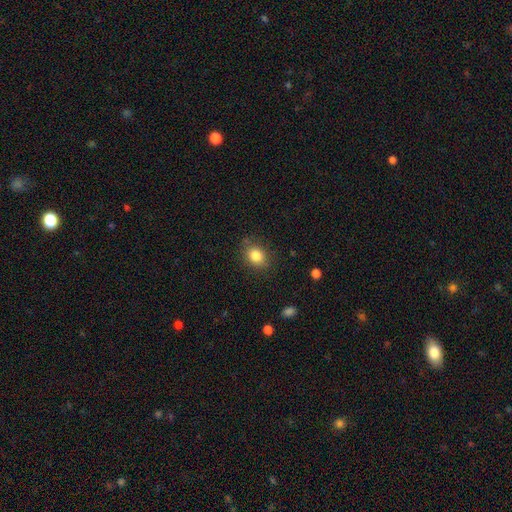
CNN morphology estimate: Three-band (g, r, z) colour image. It shows a smooth galaxy with no disk features (84%) that is round (55%). Merging: none (81%).